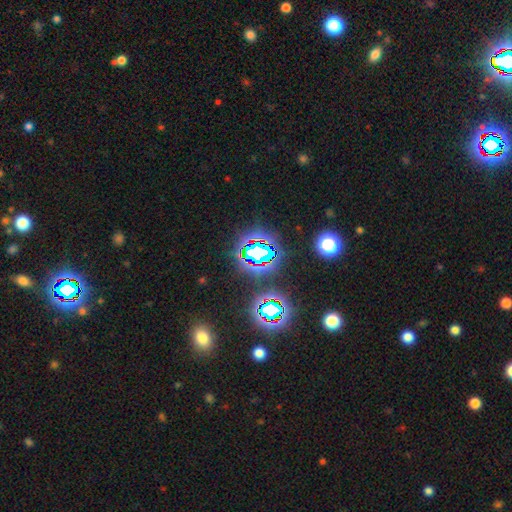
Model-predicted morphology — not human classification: This is likely a star or artifact rather than a galaxy (79%).